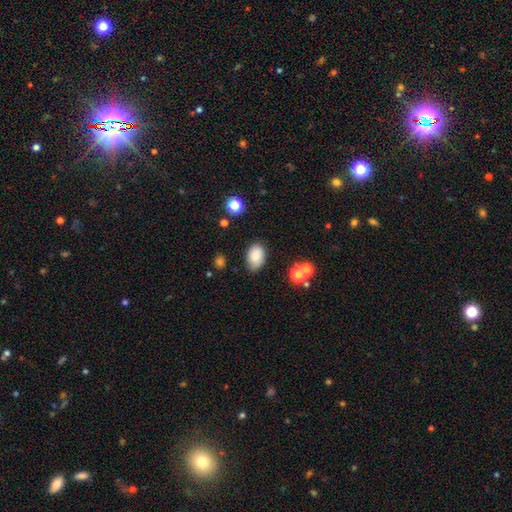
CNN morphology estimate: Smooth or featured?
  - smooth: 81% *
  - featured or disk: 10%
  - star or artifact: 9%
How rounded?
  - in between: 89% *
  - round: 10%
  - cigar-shaped: 1%
Merging?
  - none: 74% *
  - minor disturbance: 19%
  - major disturbance: 4%
  - merger: 3%